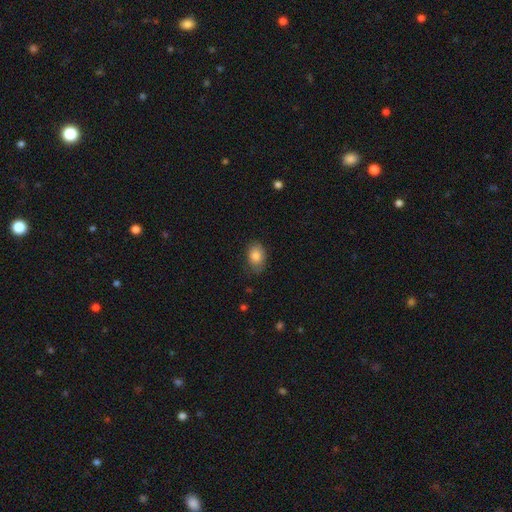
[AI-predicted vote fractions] Smooth or featured?
  - smooth: 85% *
  - star or artifact: 8%
  - featured or disk: 8%
How rounded?
  - in between: 81% *
  - round: 18%
  - cigar-shaped: 1%
Merging?
  - none: 73% *
  - minor disturbance: 21%
  - major disturbance: 5%
  - merger: 1%